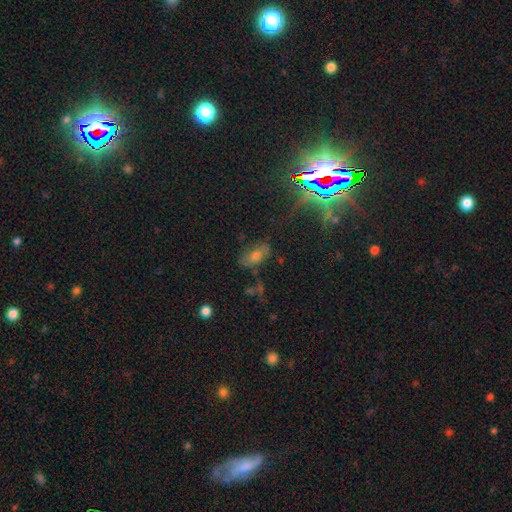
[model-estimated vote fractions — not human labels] Smooth or featured? Predicted: smooth (p=0.42). Merging? Predicted: none (p=0.66).